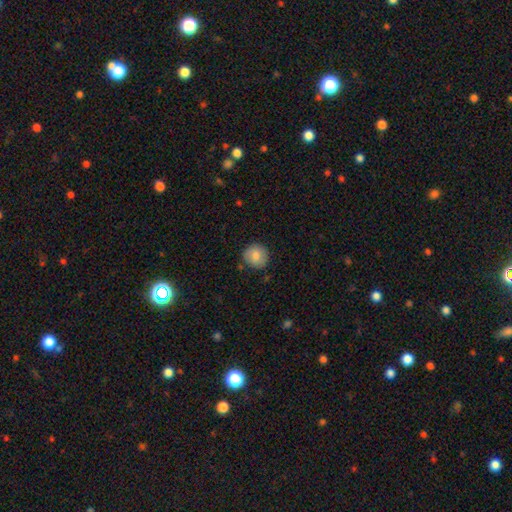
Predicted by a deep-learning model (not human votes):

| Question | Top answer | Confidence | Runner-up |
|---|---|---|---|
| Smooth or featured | smooth | 82% | featured or disk (10%) |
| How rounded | round | 91% | in between (8%) |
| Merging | none | 85% | minor disturbance (11%) |